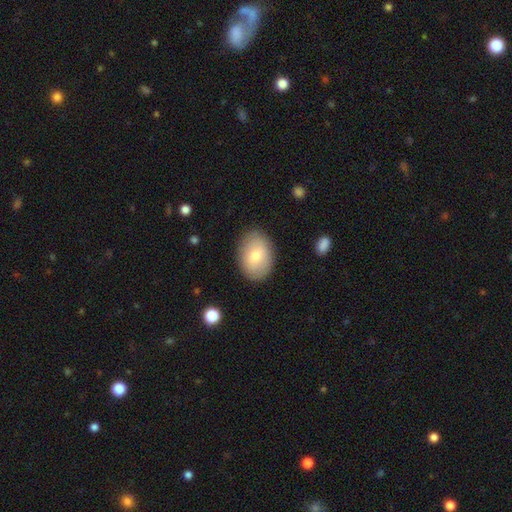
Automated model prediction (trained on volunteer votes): Q: Smooth or featured?
A: smooth (74%); runner-up: featured or disk (19%)
Q: How rounded?
A: in between (81%); runner-up: round (18%)
Q: Merging?
A: none (85%); runner-up: minor disturbance (11%)